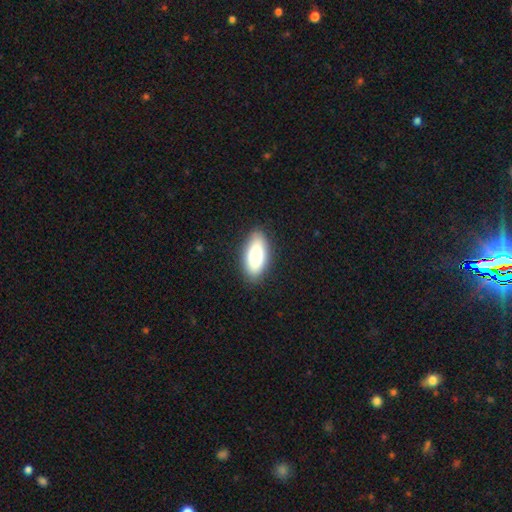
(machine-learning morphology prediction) type=smooth (80%); roundness=in between (86%); merging=none (87%).